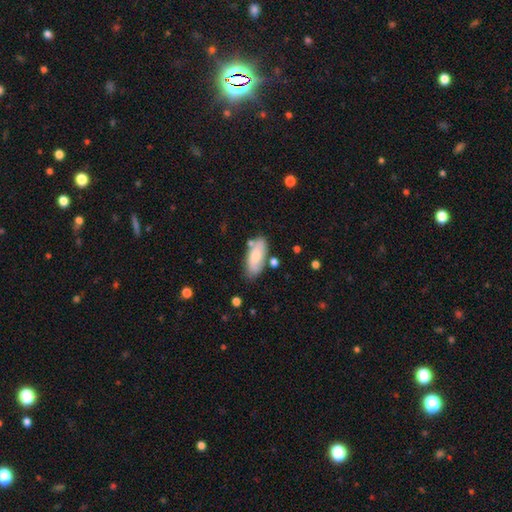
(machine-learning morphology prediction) A smooth galaxy with no disk features (72%) that is in between round and cigar-shaped (84%).

Vote fractions:
- Smooth or featured? smooth: 72% / featured or disk: 22% / star or artifact: 6%
- How rounded? in between: 84% / cigar-shaped: 14% / round: 2%
- Merging? none: 71% / minor disturbance: 17% / merger: 8% / major disturbance: 4%